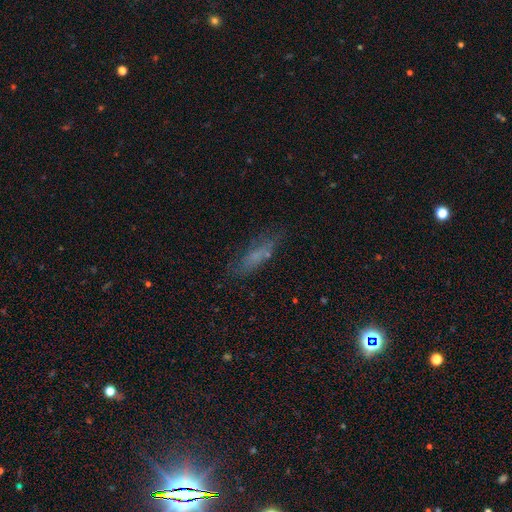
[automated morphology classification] A smooth galaxy with no disk features (56%) that is cigar-shaped (55%).

Vote fractions:
- Smooth or featured? smooth: 56% / featured or disk: 28% / star or artifact: 16%
- How rounded? cigar-shaped: 55% / in between: 42% / round: 3%
- Merging? none: 64% / minor disturbance: 22% / major disturbance: 11% / merger: 3%